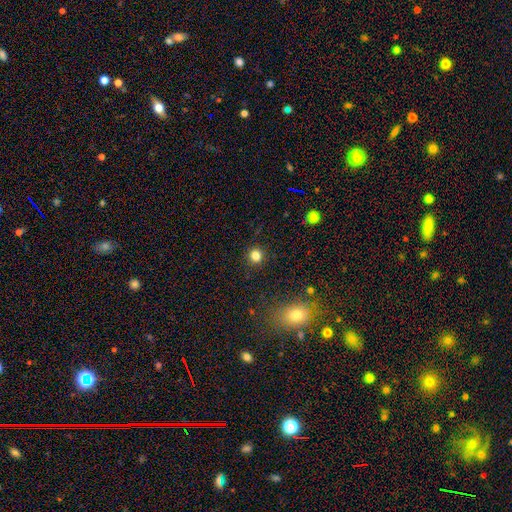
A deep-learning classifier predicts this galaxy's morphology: Q: Smooth or featured?
A: smooth (82%); runner-up: star or artifact (13%)
Q: How rounded?
A: round (90%); runner-up: in between (9%)
Q: Merging?
A: none (91%); runner-up: minor disturbance (6%)